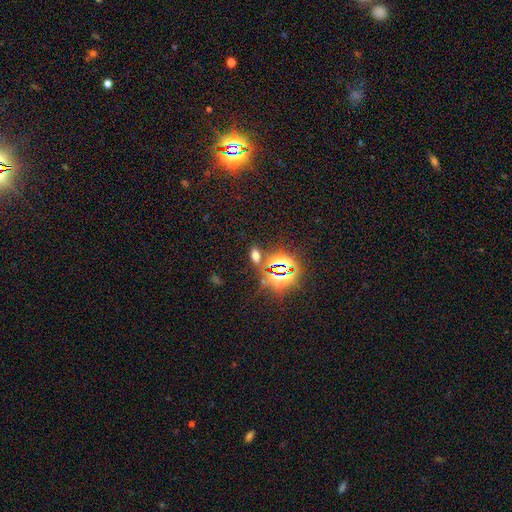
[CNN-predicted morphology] This appears to be a smooth galaxy with no disk features (49%). Merging: none (78%).